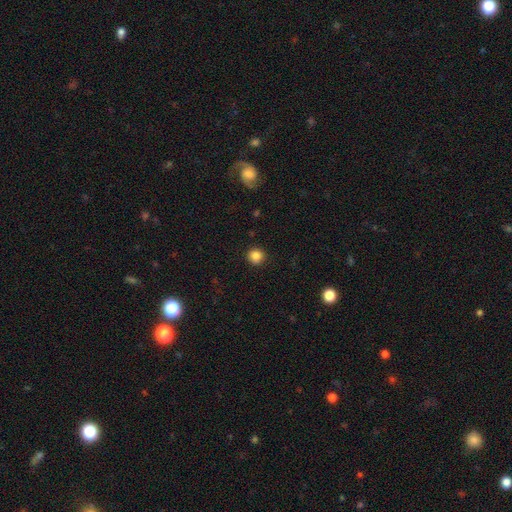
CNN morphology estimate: Smooth or featured: smooth — 85% (star or artifact — 11%)
How rounded: round — 94% (in between — 5%)
Merging: none — 92% (minor disturbance — 5%)